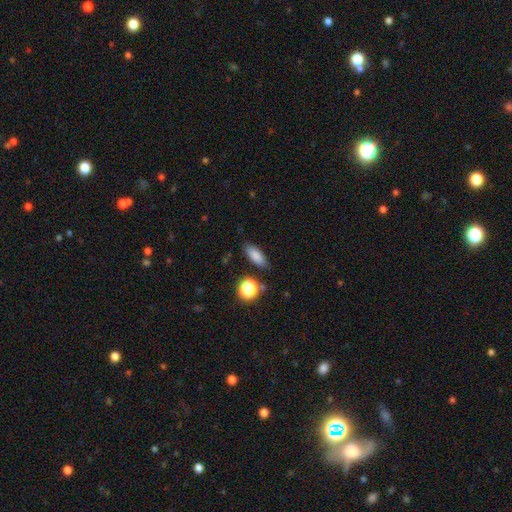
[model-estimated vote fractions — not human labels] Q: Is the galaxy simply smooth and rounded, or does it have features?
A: smooth — 83%.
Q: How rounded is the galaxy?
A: in between — 76%.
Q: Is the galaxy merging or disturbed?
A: none — 84%.